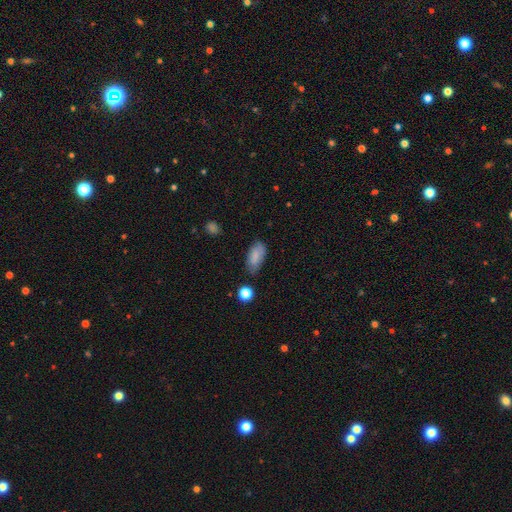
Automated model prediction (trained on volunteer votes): Smooth or featured?
  - smooth: 82% *
  - featured or disk: 10%
  - star or artifact: 8%
How rounded?
  - in between: 90% *
  - cigar-shaped: 7%
  - round: 3%
Merging?
  - none: 71% *
  - minor disturbance: 22%
  - major disturbance: 5%
  - merger: 3%